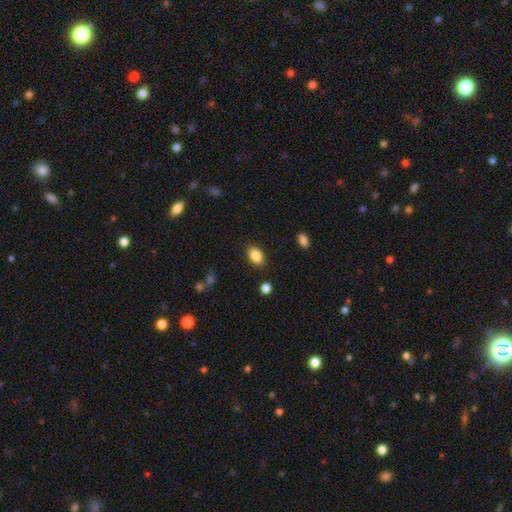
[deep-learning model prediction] A smooth galaxy with no disk features (86%) that is in between round and cigar-shaped (87%).

Vote fractions:
- Smooth or featured? smooth: 86% / star or artifact: 8% / featured or disk: 6%
- How rounded? in between: 87% / round: 11% / cigar-shaped: 2%
- Merging? none: 86% / minor disturbance: 10% / major disturbance: 3% / merger: 2%